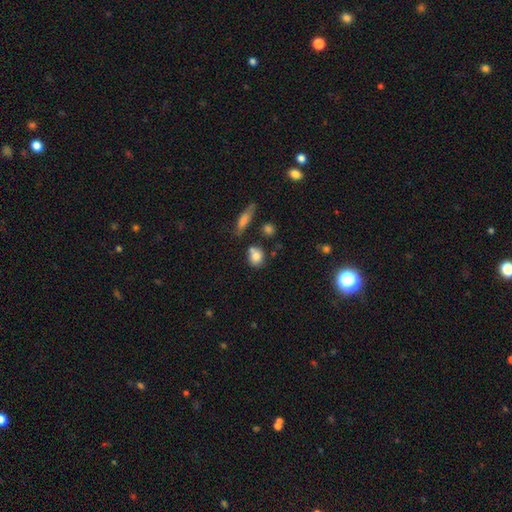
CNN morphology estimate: type=smooth (80%); roundness=round (57%); merging=none (58%).